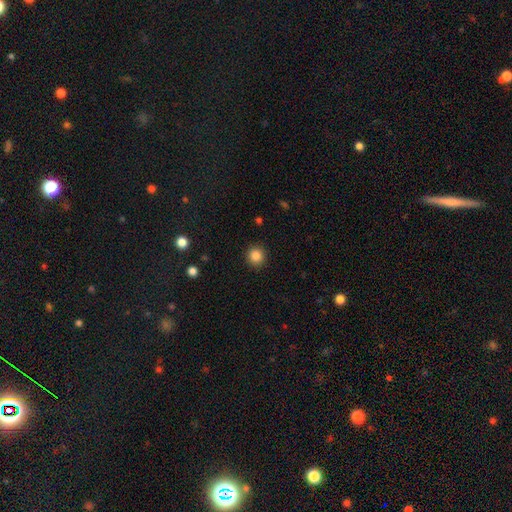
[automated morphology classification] A smooth galaxy with no disk features (86%) that is round (93%). Merging: none (92%).